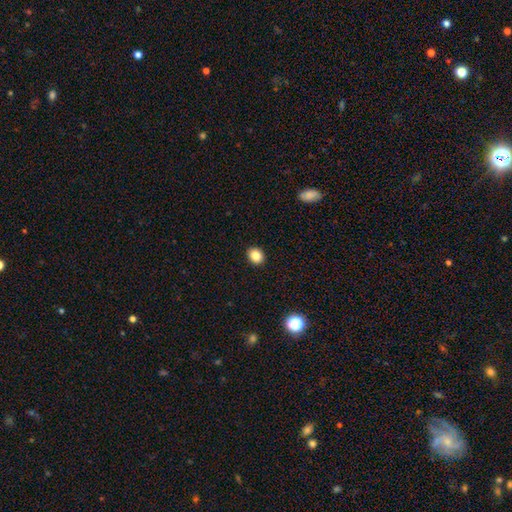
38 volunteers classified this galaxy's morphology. smooth 87%, featured or disk 8%, star or artifact 5%. Down the decision tree: how rounded — round (67%); merging — none (94%).